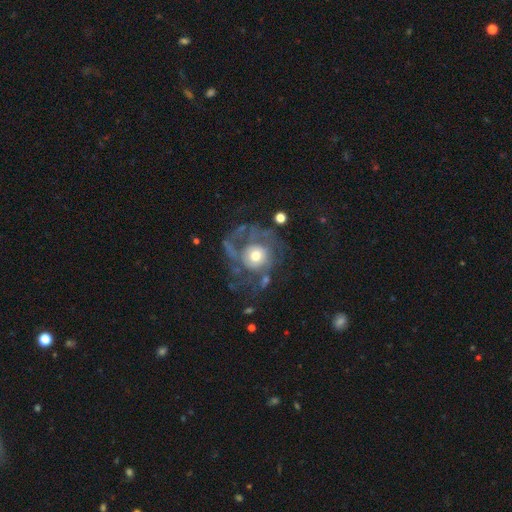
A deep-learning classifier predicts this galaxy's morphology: Smooth or featured?
  - featured or disk: 64% *
  - smooth: 28%
  - star or artifact: 8%
Edge-on disk?
  - no: 97% *
  - yes: 3%
Bar?
  - no: 84% *
  - weak: 13%
  - strong: 3%
Spiral arms?
  - yes: 62% *
  - no: 38%
Bulge size?
  - moderate: 63% *
  - large: 19%
  - small: 15%
  - dominant: 2%
  - none: 1%
Merging?
  - major disturbance: 42% *
  - none: 38%
  - minor disturbance: 16%
  - merger: 4%